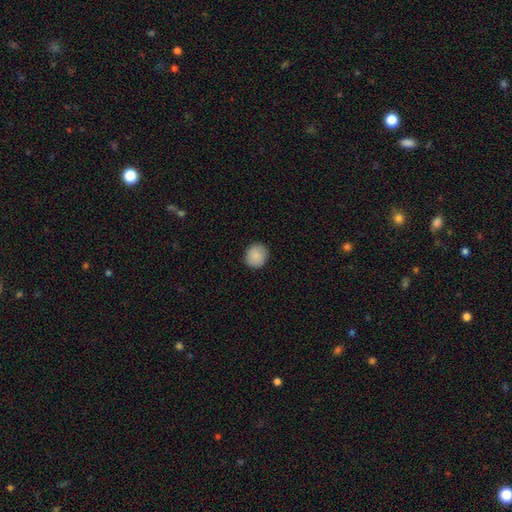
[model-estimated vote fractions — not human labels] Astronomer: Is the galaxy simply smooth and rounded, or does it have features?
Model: smooth — 88%.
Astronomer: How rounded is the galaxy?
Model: round — 85%.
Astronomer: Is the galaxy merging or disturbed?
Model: none — 91%.